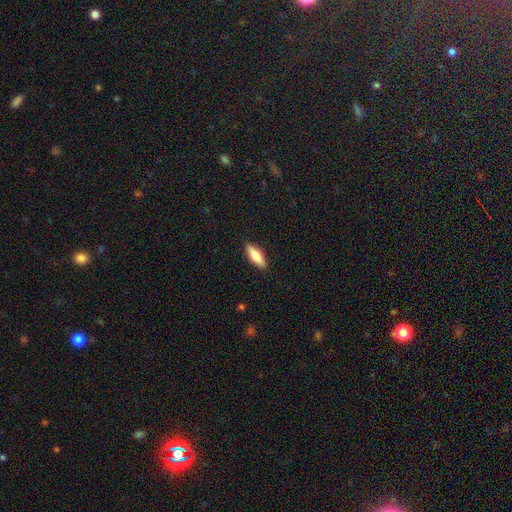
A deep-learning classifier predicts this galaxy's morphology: Smooth or featured? Predicted: smooth (p=0.69). How rounded? Predicted: in between (p=0.55). Merging? Predicted: none (p=0.89).